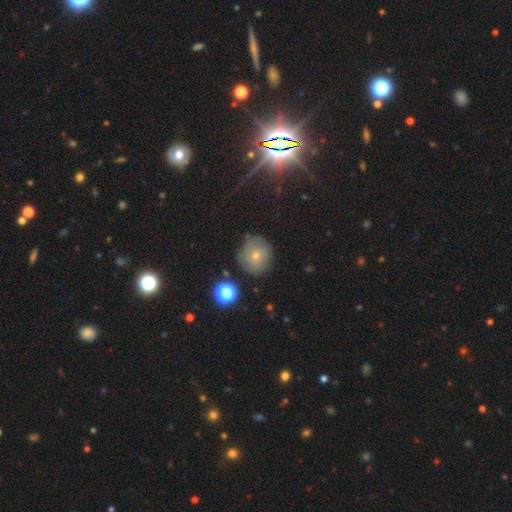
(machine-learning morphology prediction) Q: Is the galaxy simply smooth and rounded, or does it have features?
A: smooth — 66%.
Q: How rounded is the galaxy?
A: round — 88%.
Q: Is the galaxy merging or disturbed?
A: none — 73%.